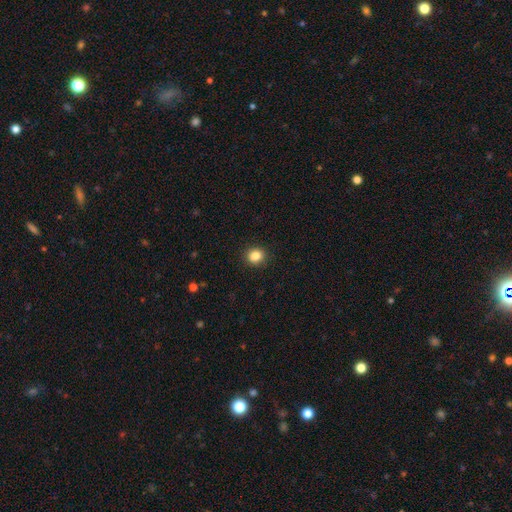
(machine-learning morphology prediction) Q: Smooth or featured?
A: smooth (85%); runner-up: star or artifact (11%)
Q: How rounded?
A: round (74%); runner-up: in between (25%)
Q: Merging?
A: none (90%); runner-up: minor disturbance (7%)